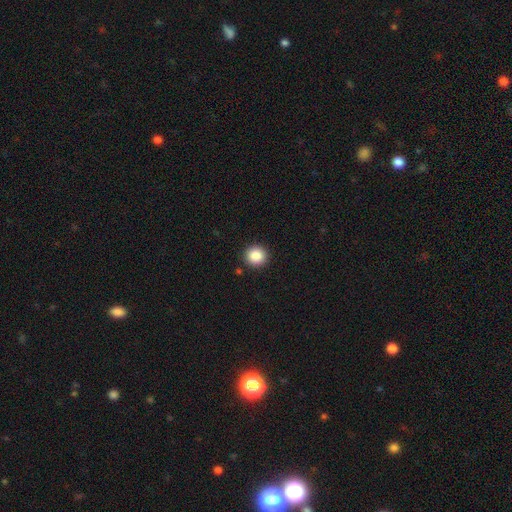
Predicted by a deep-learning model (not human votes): This is clearly a smooth galaxy (87%). How rounded: clearly round (93%). Merging: clearly none (91%).